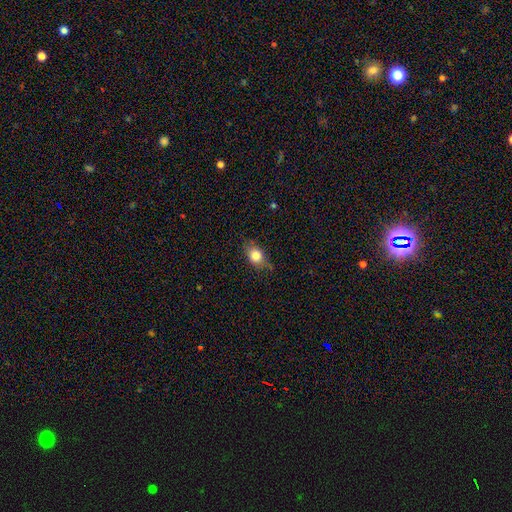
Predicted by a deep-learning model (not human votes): smooth 79%, featured or disk 11%, star or artifact 9%. Down the decision tree: how rounded — in between (60%); merging — none (70%).